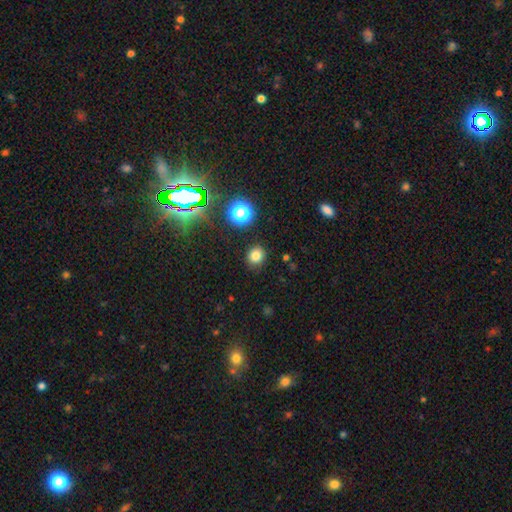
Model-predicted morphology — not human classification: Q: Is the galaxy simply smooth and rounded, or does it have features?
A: smooth — 78%.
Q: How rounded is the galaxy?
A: round — 75%.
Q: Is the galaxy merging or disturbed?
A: none — 87%.